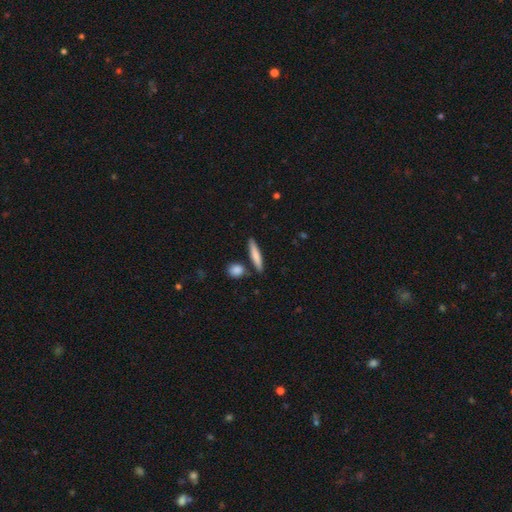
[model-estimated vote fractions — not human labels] Smooth or featured?
  - smooth: 76% *
  - featured or disk: 19%
  - star or artifact: 6%
How rounded?
  - cigar-shaped: 87% *
  - in between: 11%
  - round: 2%
Merging?
  - none: 82% *
  - minor disturbance: 9%
  - merger: 6%
  - major disturbance: 2%